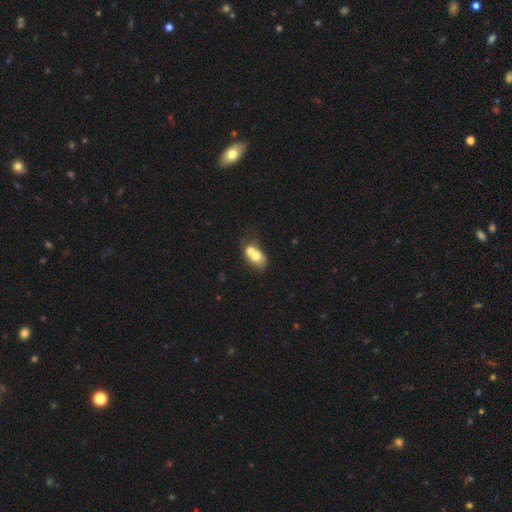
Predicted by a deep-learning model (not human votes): A smooth galaxy with no disk features (64%) that is in between round and cigar-shaped (65%). Merging: merger (70%).